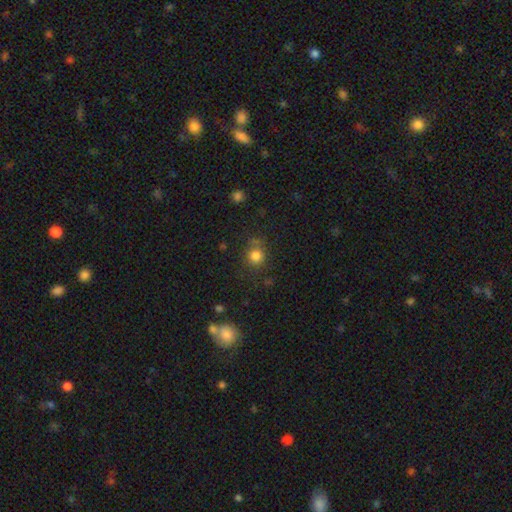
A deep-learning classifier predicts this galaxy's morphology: Smooth or featured: smooth — 81% (star or artifact — 13%)
How rounded: round — 88% (in between — 11%)
Merging: none — 75% (minor disturbance — 14%)